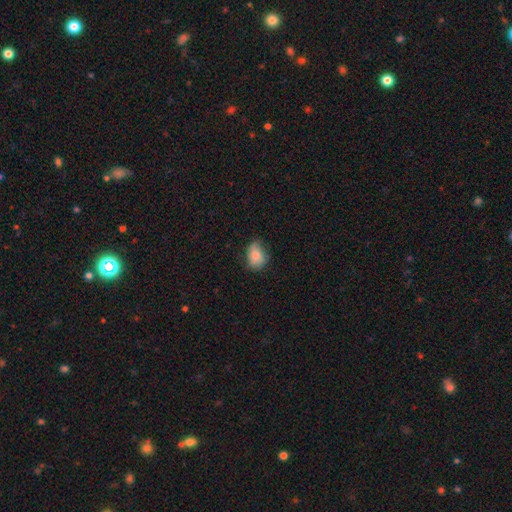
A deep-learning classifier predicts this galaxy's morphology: This is likely a smooth galaxy (79%). How rounded: likely in between (69%). Merging: possibly none (59%).